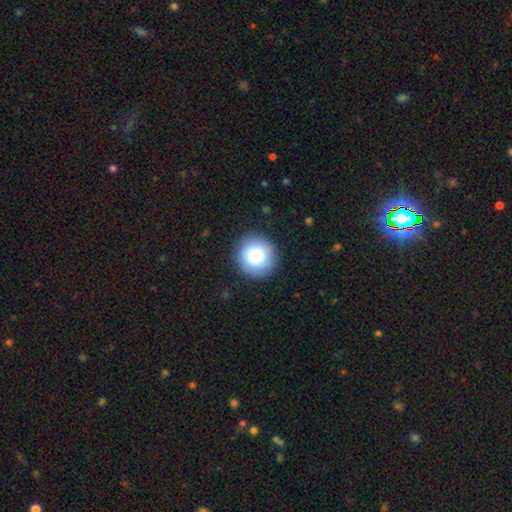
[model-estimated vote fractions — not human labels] This appears to be a smooth galaxy with no disk features (83%) that is round (95%). Merging: none (89%).